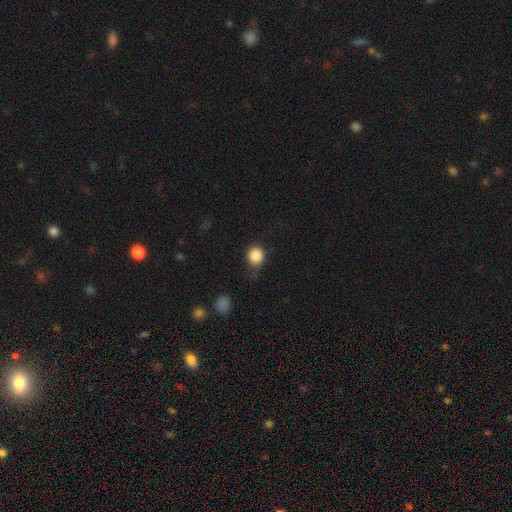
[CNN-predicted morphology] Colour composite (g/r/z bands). It shows a smooth galaxy with no disk features (87%) that is round (84%). Merging: none (62%).